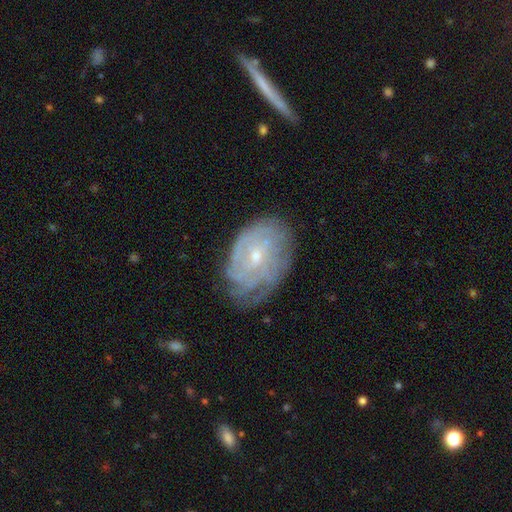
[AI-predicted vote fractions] Q: Smooth or featured?
A: featured or disk (75%); runner-up: smooth (17%)
Q: Edge-on disk?
A: no (96%); runner-up: yes (4%)
Q: Bar?
A: no (59%); runner-up: weak (35%)
Q: Spiral arms?
A: yes (86%); runner-up: no (14%)
Q: Spiral winding?
A: tight (70%); runner-up: medium (23%)
Q: Spiral arm count?
A: can't tell (56%); runner-up: 4 (12%)
Q: Bulge size?
A: small (66%); runner-up: moderate (31%)
Q: Merging?
A: none (62%); runner-up: minor disturbance (25%)